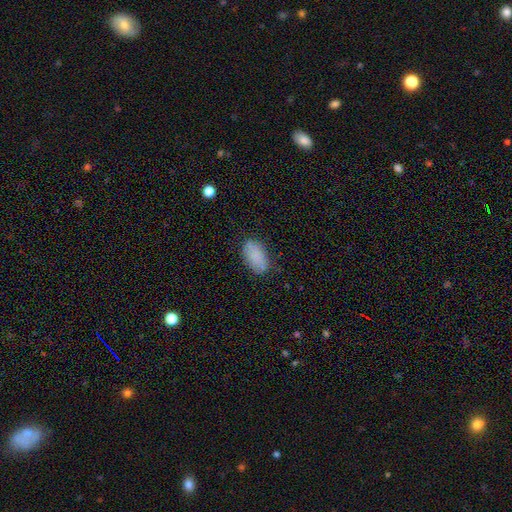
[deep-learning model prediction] Morphology: type=smooth (85%); roundness=in between (93%); merging=none (77%).